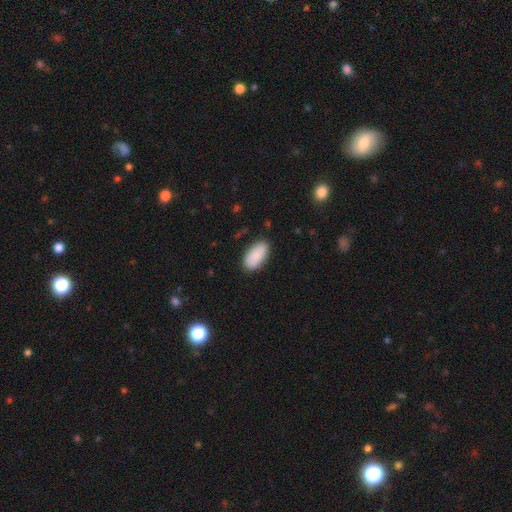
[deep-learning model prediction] A smooth galaxy with no disk features (86%) that is in between round and cigar-shaped (94%).

Vote fractions:
- Smooth or featured? smooth: 86% / featured or disk: 8% / star or artifact: 6%
- How rounded? in between: 94% / cigar-shaped: 4% / round: 2%
- Merging? none: 84% / minor disturbance: 12% / major disturbance: 3% / merger: 1%